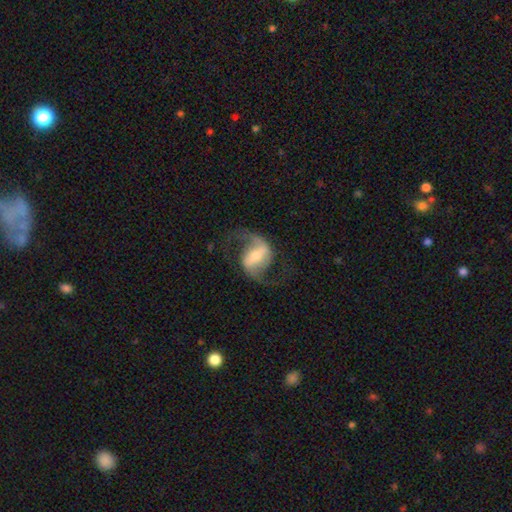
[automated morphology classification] featured or disk 87%, smooth 7%, star or artifact 5%. Down the decision tree: edge-on disk — no (97%); bar — strong (49%); spiral arms — yes (96%); spiral arm count — 2 (93%); spiral winding — loose (55%); bulge size — moderate (47%); merging — none (74%).